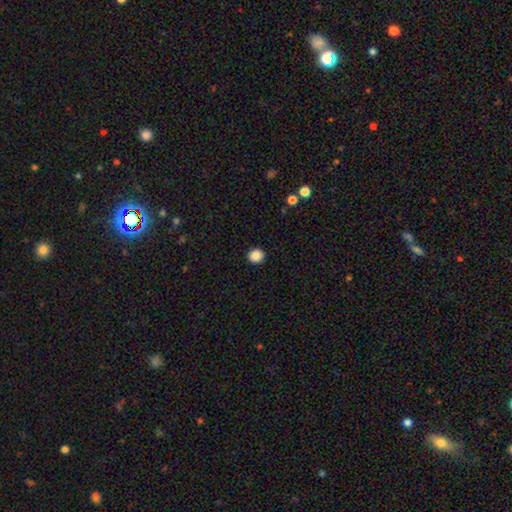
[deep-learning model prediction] The model was most divided on "smooth or featured": smooth: 87%, star or artifact: 10%, featured or disk: 3%. More confident: merging — none (93%); how rounded — round (90%).